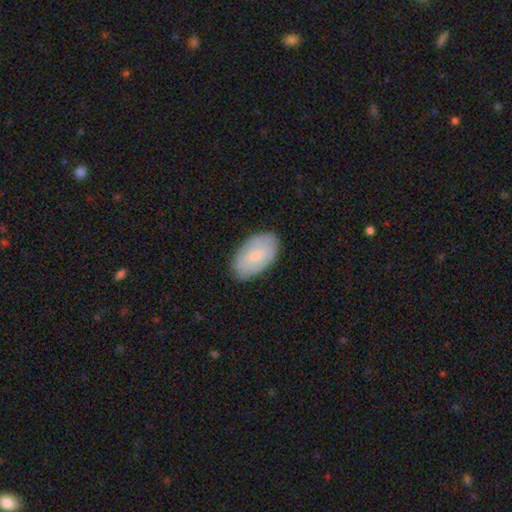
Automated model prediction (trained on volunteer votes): This appears to be a smooth galaxy with no disk features (61%) that is in between round and cigar-shaped (94%). Merging: none (84%).